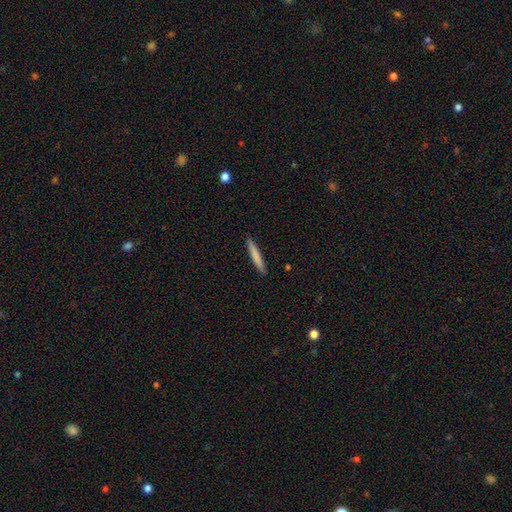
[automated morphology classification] type=smooth (77%); roundness=cigar-shaped (96%); merging=none (92%).